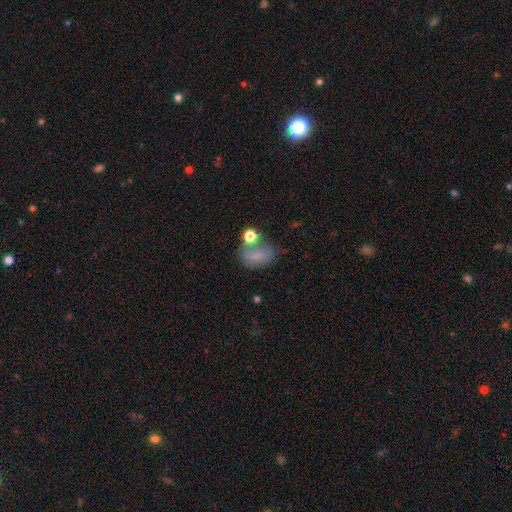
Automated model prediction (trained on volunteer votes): A smooth galaxy with no disk features (69%) that is in between round and cigar-shaped (68%). Merging: none (43%).